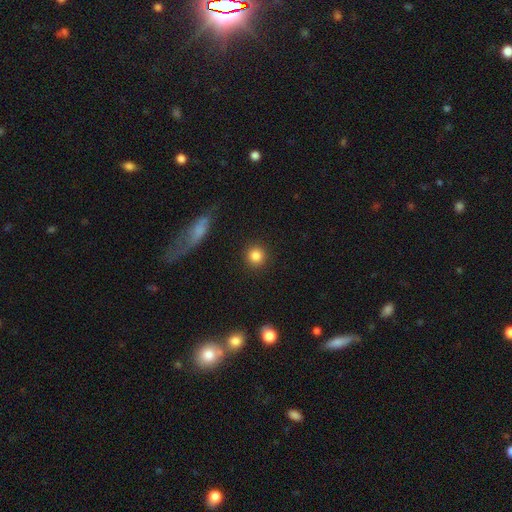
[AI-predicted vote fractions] Smooth or featured? Predicted: smooth (p=0.85). How rounded? Predicted: round (p=0.93). Merging? Predicted: none (p=0.90).